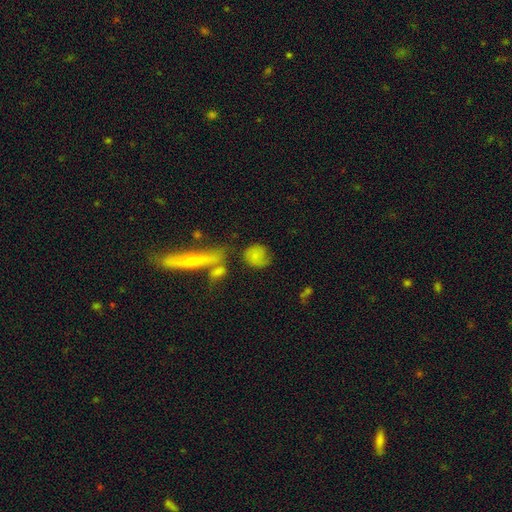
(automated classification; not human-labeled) Morphology: type=smooth (65%); roundness=round (71%); merging=none (53%).